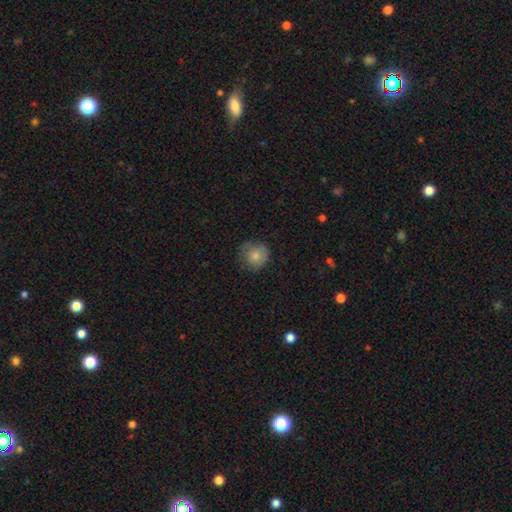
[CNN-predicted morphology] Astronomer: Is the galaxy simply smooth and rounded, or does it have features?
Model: smooth — 79%.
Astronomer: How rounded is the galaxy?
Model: round — 89%.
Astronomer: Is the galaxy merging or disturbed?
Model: none — 68%.